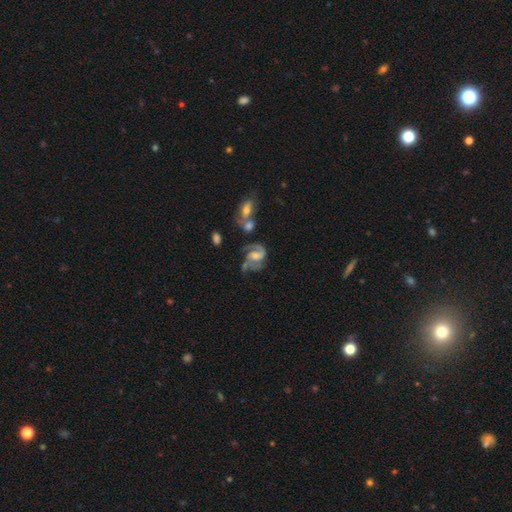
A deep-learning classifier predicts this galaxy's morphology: Smooth or featured? Predicted: featured or disk (p=0.85). Edge-on disk? Predicted: no (p=0.98). Bar? Predicted: weak (p=0.49). Spiral arms? Predicted: yes (p=0.95). Spiral winding? Predicted: medium (p=0.55). Spiral arm count? Predicted: 2 (p=0.79). Bulge size? Predicted: moderate (p=0.53). Merging? Predicted: none (p=0.39).